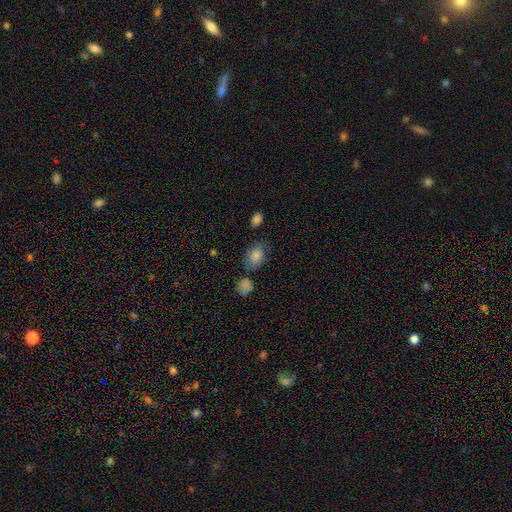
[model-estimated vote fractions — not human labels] Smooth or featured: smooth — 82% (featured or disk — 9%)
How rounded: in between — 73% (round — 26%)
Merging: none — 66% (minor disturbance — 20%)